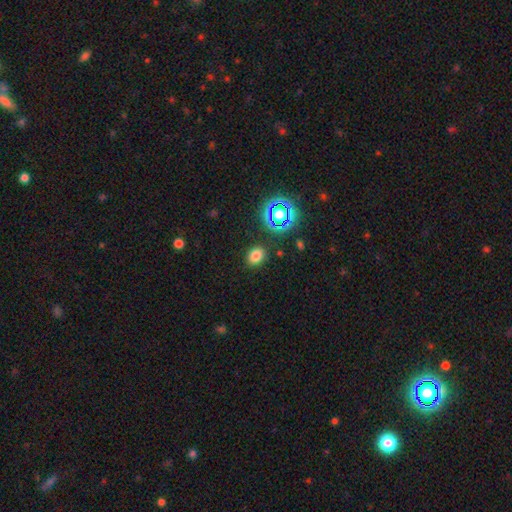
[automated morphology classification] A smooth galaxy with no disk features (75%) that is in between round and cigar-shaped (60%). Merging: none (86%).